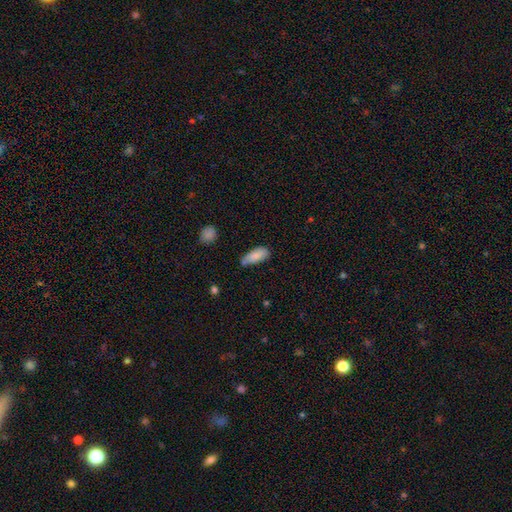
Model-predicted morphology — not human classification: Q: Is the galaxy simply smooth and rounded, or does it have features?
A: smooth — 84%.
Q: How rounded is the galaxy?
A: in between — 81%.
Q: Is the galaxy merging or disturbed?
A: none — 50%.